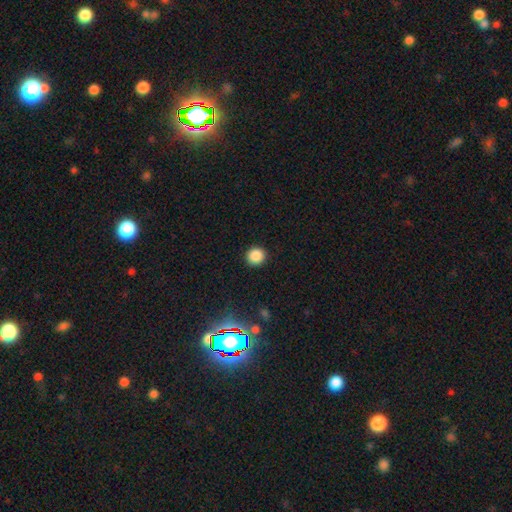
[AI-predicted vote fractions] Smooth or featured? Predicted: smooth (p=0.86). How rounded? Predicted: round (p=0.93). Merging? Predicted: none (p=0.92).